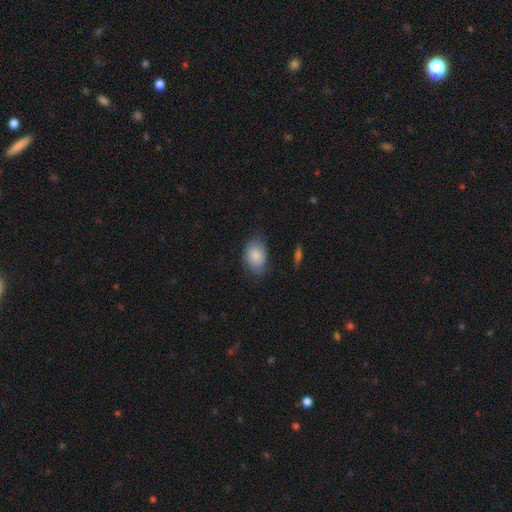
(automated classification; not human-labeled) Smooth or featured: smooth — 84% (featured or disk — 9%)
How rounded: in between — 84% (round — 15%)
Merging: none — 67% (minor disturbance — 25%)